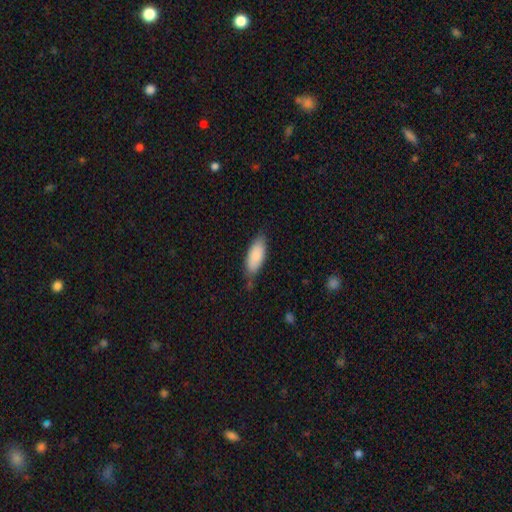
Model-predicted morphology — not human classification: smooth 86%, featured or disk 9%, star or artifact 6%. Down the decision tree: how rounded — in between (79%); merging — none (68%).